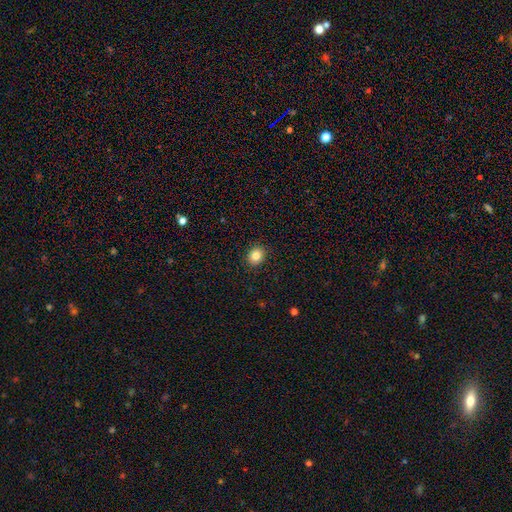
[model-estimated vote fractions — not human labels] Overall: smooth (83%). How rounded: round (59%; in between 40%). Merging: none (91%).